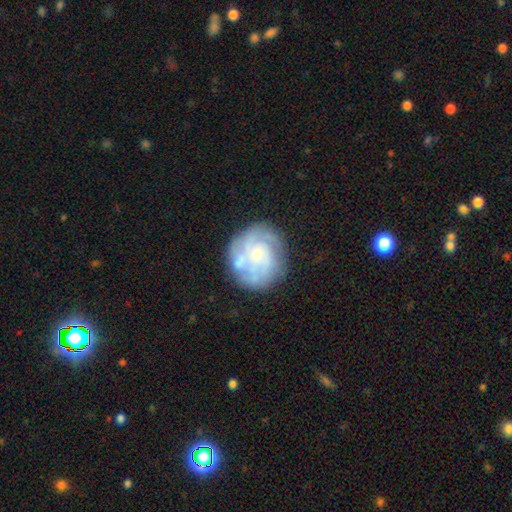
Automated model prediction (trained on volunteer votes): Q: Smooth or featured?
A: featured or disk (70%); runner-up: smooth (23%)
Q: Edge-on disk?
A: no (98%); runner-up: yes (2%)
Q: Bar?
A: no (76%); runner-up: weak (21%)
Q: Spiral arms?
A: yes (84%); runner-up: no (16%)
Q: Spiral winding?
A: tight (57%); runner-up: medium (32%)
Q: Spiral arm count?
A: can't tell (39%); runner-up: 3 (22%)
Q: Bulge size?
A: small (57%); runner-up: moderate (29%)
Q: Merging?
A: none (72%); runner-up: minor disturbance (17%)